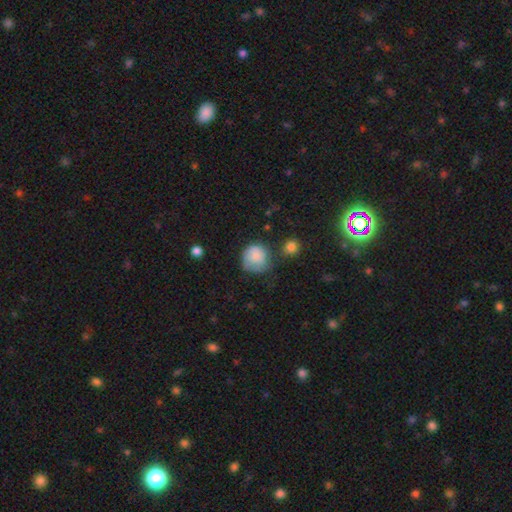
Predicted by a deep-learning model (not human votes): Smooth or featured?
  - smooth: 80% *
  - featured or disk: 12%
  - star or artifact: 8%
How rounded?
  - round: 87% *
  - in between: 12%
  - cigar-shaped: 1%
Merging?
  - none: 48% *
  - minor disturbance: 31%
  - major disturbance: 14%
  - merger: 6%